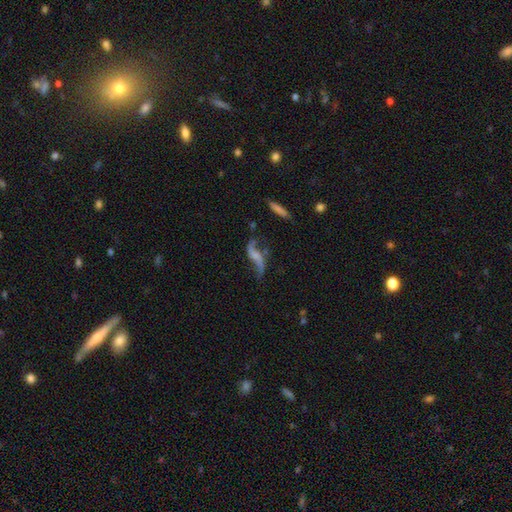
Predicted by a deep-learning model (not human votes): Smooth or featured?
  - featured or disk: 80% *
  - smooth: 12%
  - star or artifact: 7%
Edge-on disk?
  - no: 91% *
  - yes: 9%
Bar?
  - no: 55% *
  - weak: 33%
  - strong: 12%
Spiral arms?
  - yes: 91% *
  - no: 9%
Spiral winding?
  - loose: 93% *
  - medium: 5%
  - tight: 2%
Spiral arm count?
  - 2: 91% *
  - 1: 4%
  - can't tell: 2%
  - 3: 1%
  - 4: 1%
  - more than 4: 1%
Bulge size?
  - none: 45% *
  - small: 35%
  - moderate: 15%
  - large: 3%
  - dominant: 2%
Merging?
  - none: 56% *
  - minor disturbance: 19%
  - major disturbance: 16%
  - merger: 8%